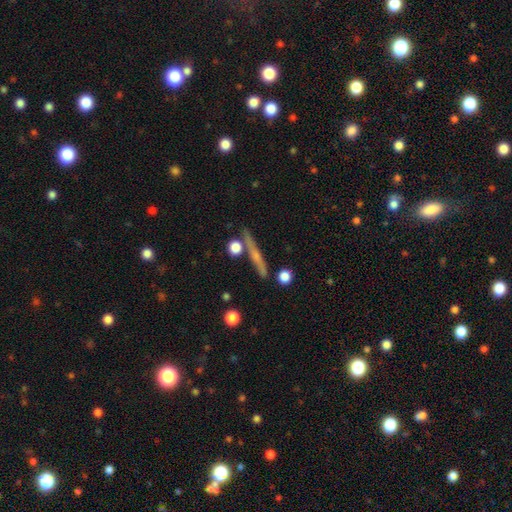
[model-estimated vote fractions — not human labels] Smooth or featured?
  - featured or disk: 53% *
  - smooth: 37%
  - star or artifact: 10%
Edge-on disk?
  - yes: 95% *
  - no: 5%
Edge-on bulge?
  - rounded: 48% *
  - none: 44%
  - boxy: 8%
Merging?
  - none: 80% *
  - minor disturbance: 10%
  - merger: 6%
  - major disturbance: 3%